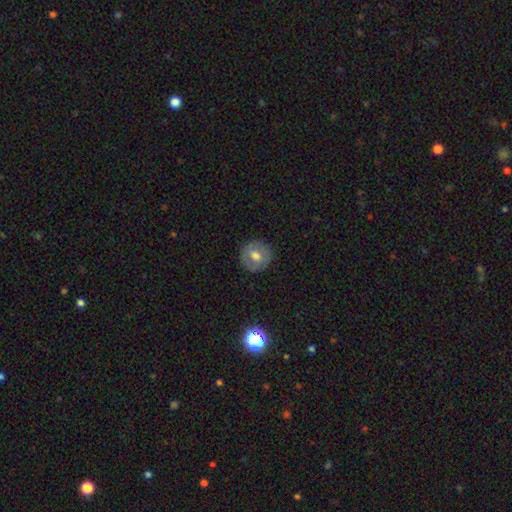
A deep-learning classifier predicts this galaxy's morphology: Smooth or featured? Predicted: smooth (p=0.59). How rounded? Predicted: round (p=0.91). Merging? Predicted: none (p=0.87).